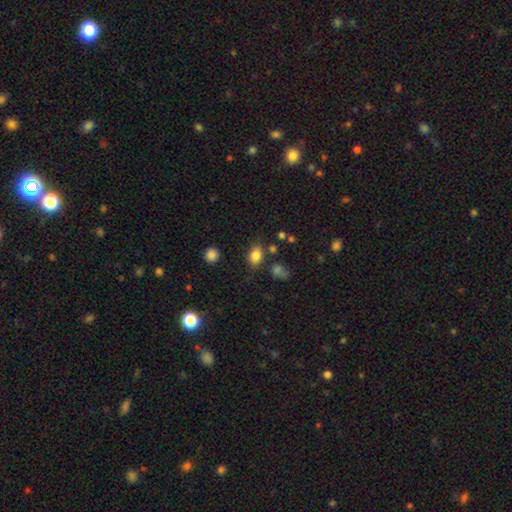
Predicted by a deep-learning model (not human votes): Overall: smooth (83%). How rounded: in between (78%). Merging: none (76%).